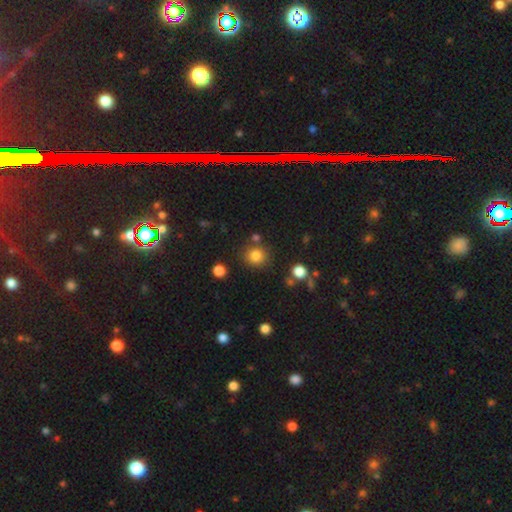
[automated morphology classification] This appears to be a smooth galaxy with no disk features (82%) that is round (91%). Merging: none (82%).